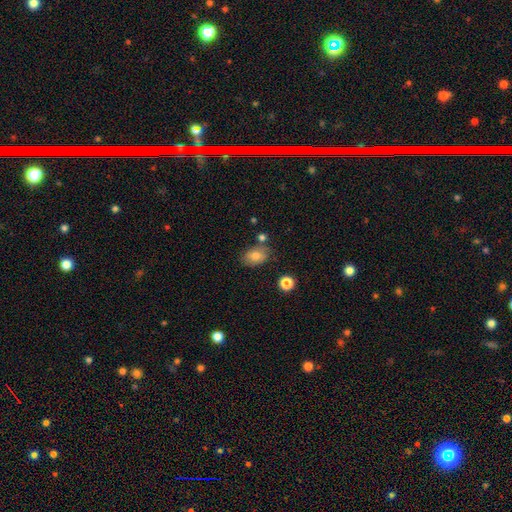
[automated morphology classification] smooth-or-featured: smooth: 76% | featured or disk: 14% | star or artifact: 10%
  how-rounded: in between: 82% | round: 16% | cigar-shaped: 1%
  merging: none: 72% | minor disturbance: 16% | merger: 9% | major disturbance: 4%